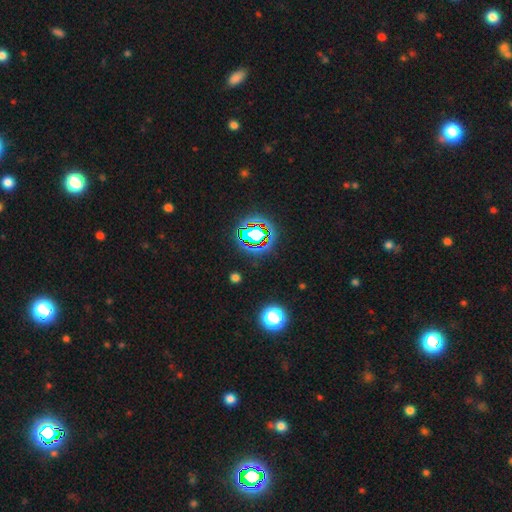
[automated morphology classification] smooth_or_featured: star or artifact (p=0.75) [alt: smooth p=0.16]